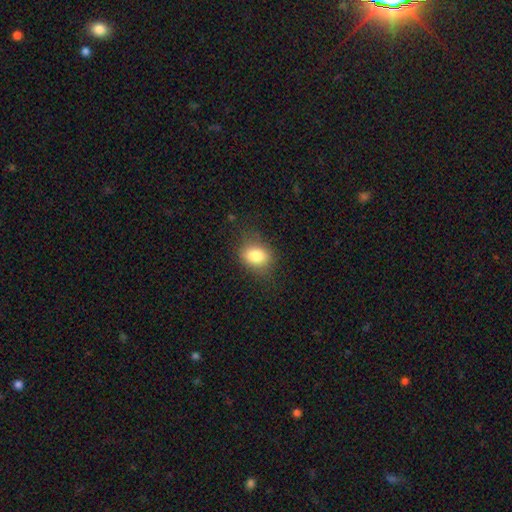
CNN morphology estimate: Smooth or featured: smooth — 82% (star or artifact — 10%)
How rounded: in between — 61% (round — 38%)
Merging: none — 72% (minor disturbance — 19%)